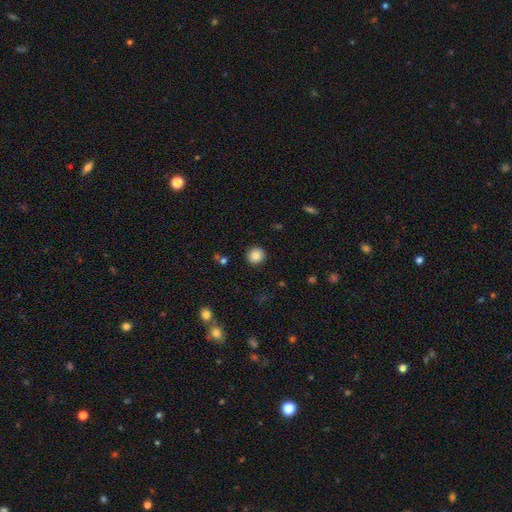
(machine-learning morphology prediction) Overall: smooth (85%). How rounded: round (92%). Merging: none (90%).